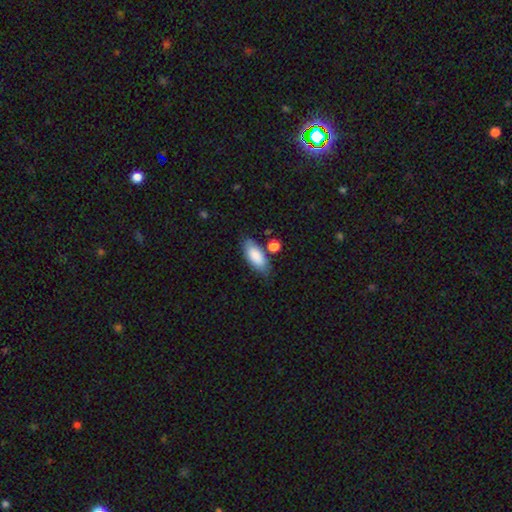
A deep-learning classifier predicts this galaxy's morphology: This is clearly a smooth galaxy (84%). How rounded: clearly in between (84%). Merging: likely none (71%).